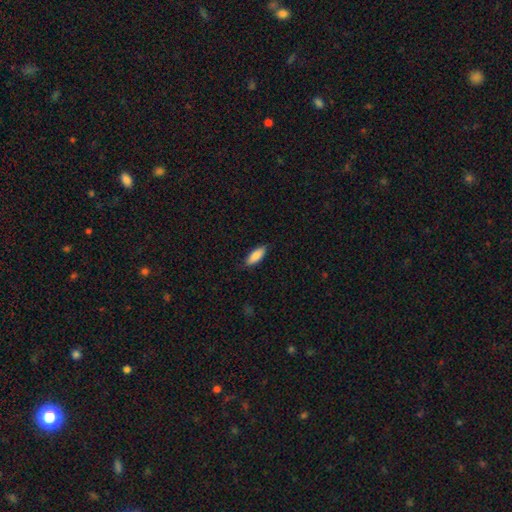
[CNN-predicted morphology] This is clearly a smooth galaxy (87%). How rounded: likely in between (69%). Merging: clearly none (85%).